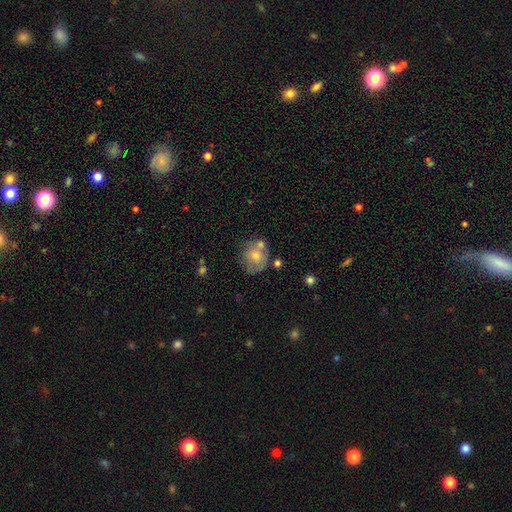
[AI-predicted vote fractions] A smooth galaxy with no disk features (59%) that is round (73%). Merging: none (45%).